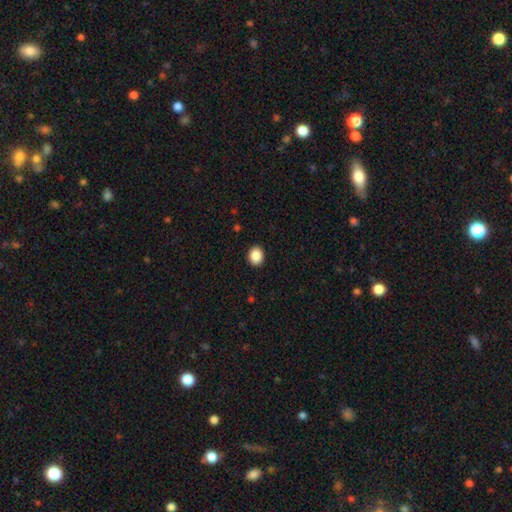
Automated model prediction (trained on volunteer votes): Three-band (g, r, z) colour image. It shows a smooth galaxy with no disk features (89%) that is round (61%). Merging: none (91%).